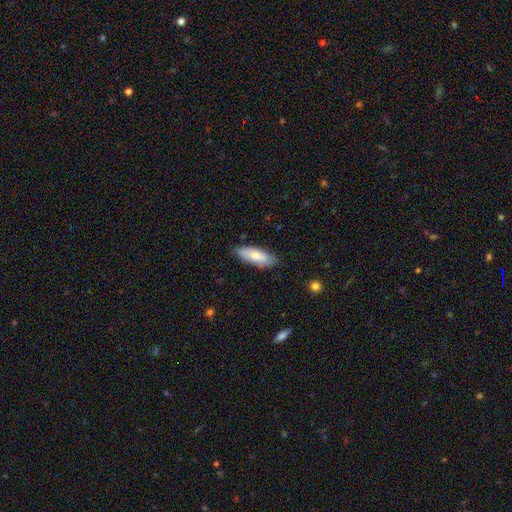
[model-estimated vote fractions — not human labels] Smooth or featured?
  - smooth: 74% *
  - featured or disk: 20%
  - star or artifact: 6%
How rounded?
  - in between: 69% *
  - cigar-shaped: 29%
  - round: 2%
Merging?
  - none: 82% *
  - minor disturbance: 15%
  - major disturbance: 2%
  - merger: 1%